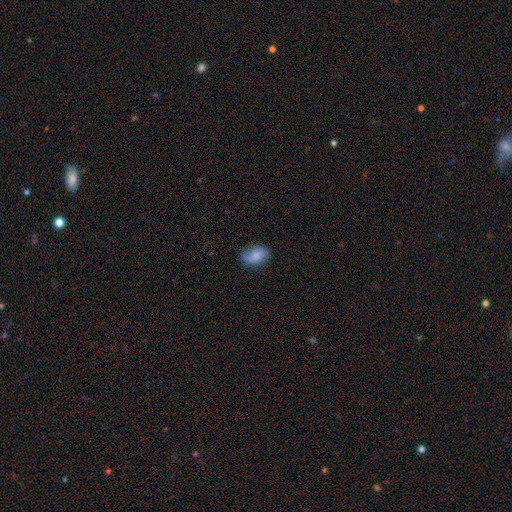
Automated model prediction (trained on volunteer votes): smooth 70%, featured or disk 21%, star or artifact 8%. Down the decision tree: how rounded — in between (81%); merging — none (70%).